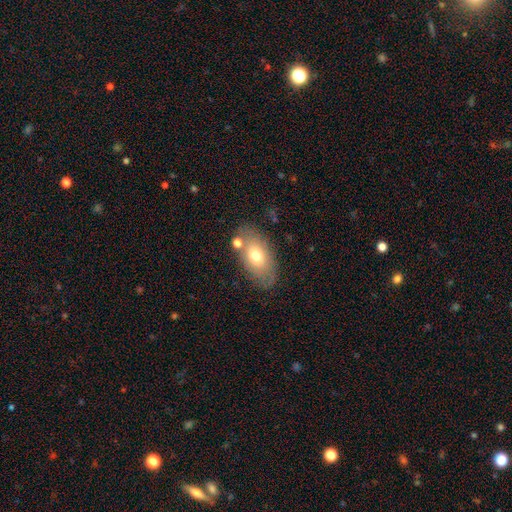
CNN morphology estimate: This appears to be a smooth galaxy with no disk features (68%) that is in between round and cigar-shaped (91%). Merging: none (71%).